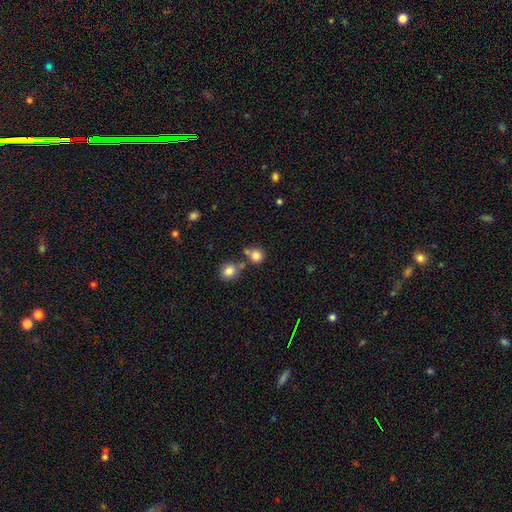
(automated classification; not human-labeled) A smooth galaxy with no disk features (82%) that is round (89%).

Vote fractions:
- Smooth or featured? smooth: 82% / star or artifact: 12% / featured or disk: 6%
- How rounded? round: 89% / in between: 10% / cigar-shaped: 1%
- Merging? none: 65% / merger: 22% / minor disturbance: 10% / major disturbance: 4%